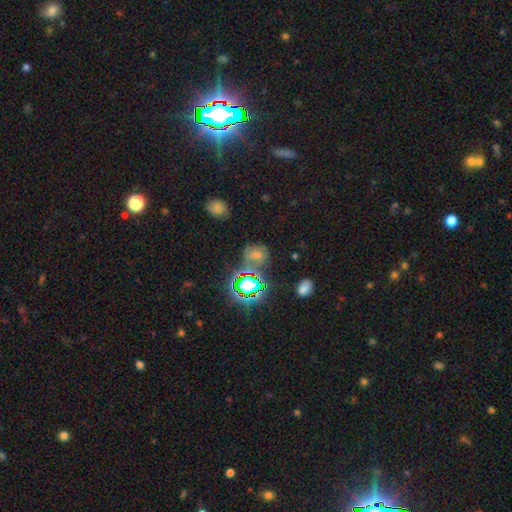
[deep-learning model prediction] This appears to be a smooth galaxy with no disk features (43%). Merging: none (52%).